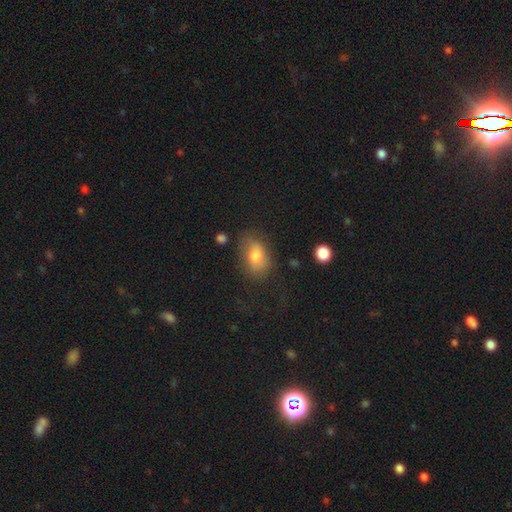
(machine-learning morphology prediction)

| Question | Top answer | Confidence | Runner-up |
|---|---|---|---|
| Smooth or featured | smooth | 74% | featured or disk (16%) |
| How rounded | in between | 82% | round (16%) |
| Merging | none | 67% | minor disturbance (22%) |